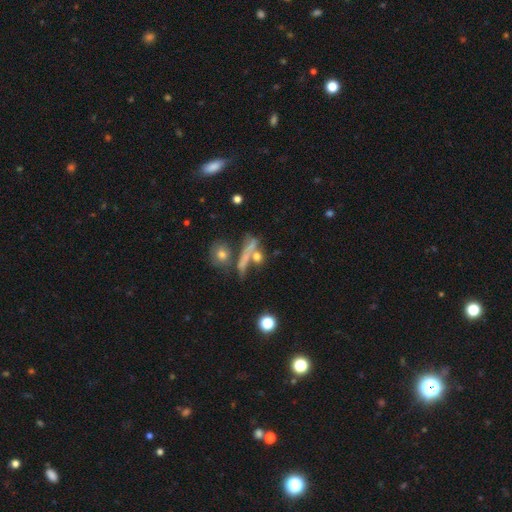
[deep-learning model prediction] This appears to be a smooth galaxy with no disk features (48%). Merging: none (47%).